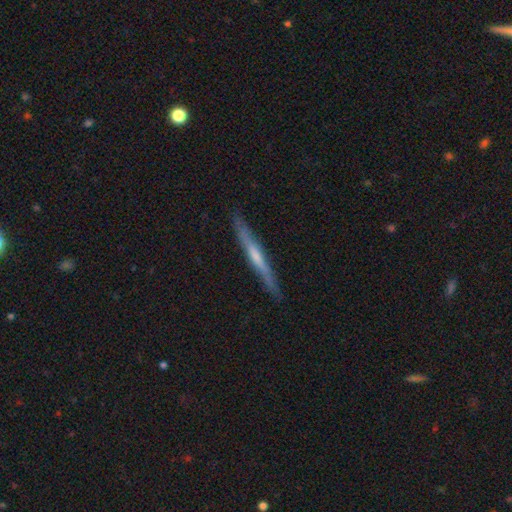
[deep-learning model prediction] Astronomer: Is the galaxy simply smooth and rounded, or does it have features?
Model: featured or disk — 57% (runner-up: smooth, 37%).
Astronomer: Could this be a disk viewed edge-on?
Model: yes — 95%.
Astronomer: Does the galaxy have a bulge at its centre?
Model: none — 57%.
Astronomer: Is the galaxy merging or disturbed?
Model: none — 87%.